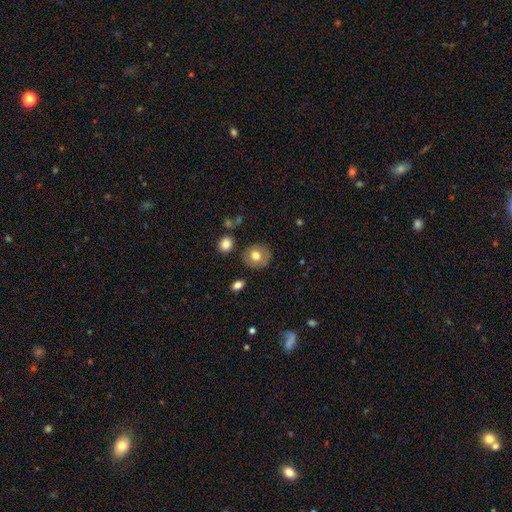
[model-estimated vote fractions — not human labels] smooth-or-featured: smooth: 74% | featured or disk: 18% | star or artifact: 9%
  how-rounded: round: 83% | in between: 16% | cigar-shaped: 1%
  merging: none: 83% | minor disturbance: 11% | merger: 3% | major disturbance: 3%